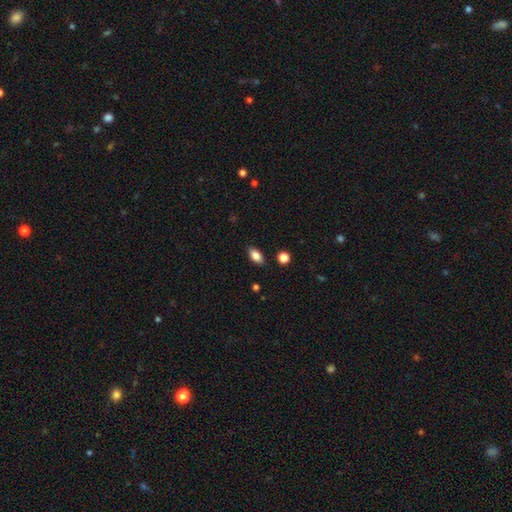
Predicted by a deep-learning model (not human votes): A smooth galaxy with no disk features (84%) that is in between round and cigar-shaped (89%). Merging: none (87%).